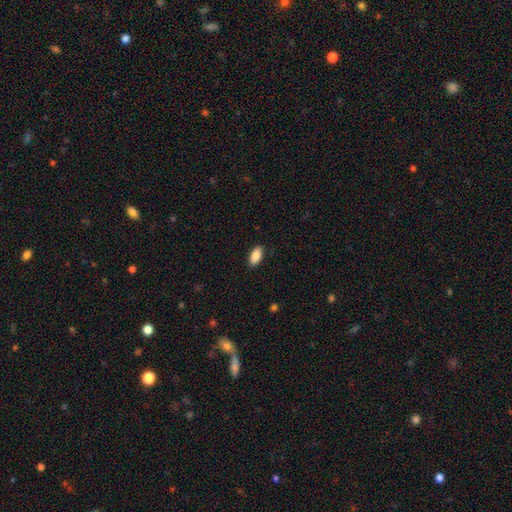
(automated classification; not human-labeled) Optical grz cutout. It shows a smooth galaxy with no disk features (88%) that is in between round and cigar-shaped (91%). Merging: none (88%).